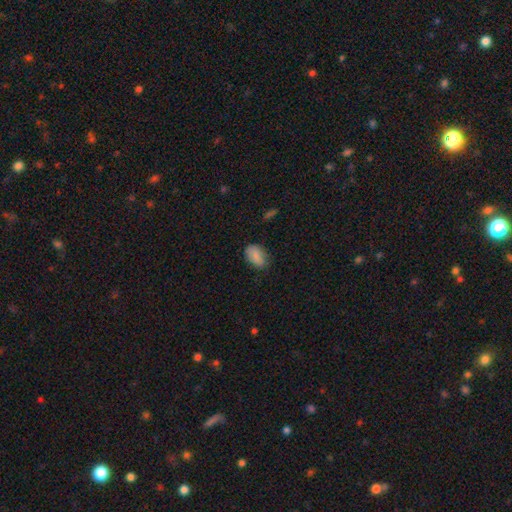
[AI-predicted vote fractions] A smooth galaxy with no disk features (84%) that is in between round and cigar-shaped (89%).

Vote fractions:
- Smooth or featured? smooth: 84% / featured or disk: 9% / star or artifact: 7%
- How rounded? in between: 89% / round: 9% / cigar-shaped: 2%
- Merging? none: 74% / minor disturbance: 21% / major disturbance: 4% / merger: 1%